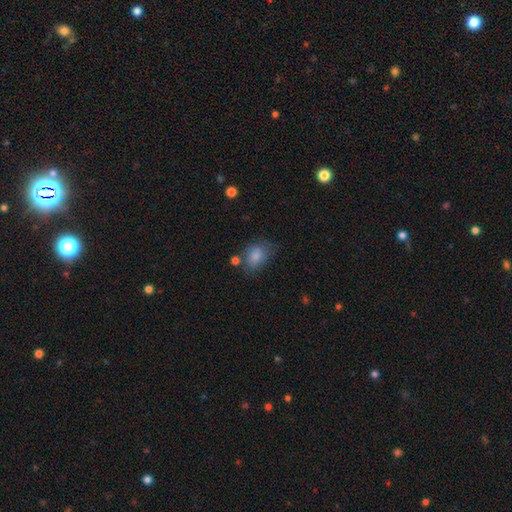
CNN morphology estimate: smooth_or_featured: smooth (p=0.82) [alt: featured or disk p=0.09]
how_rounded: in between (p=0.77) [alt: round p=0.21]
merging: none (p=0.56) [alt: minor disturbance p=0.26]